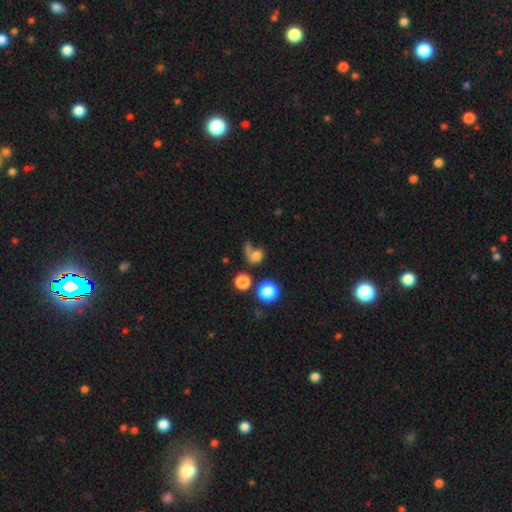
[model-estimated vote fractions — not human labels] smooth_or_featured: smooth (p=0.68) [alt: featured or disk p=0.17]
how_rounded: round (p=0.68) [alt: in between p=0.30]
merging: none (p=0.38) [alt: merger p=0.24]